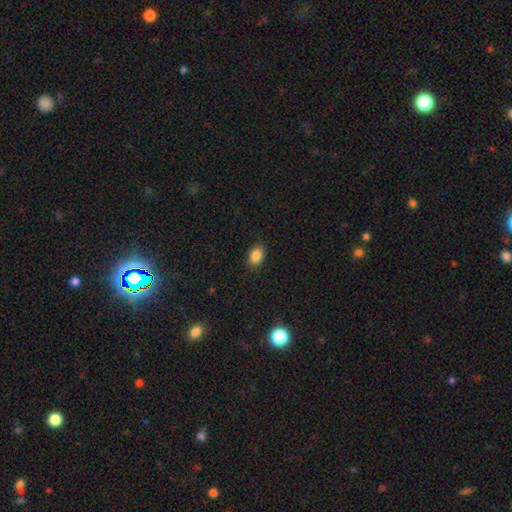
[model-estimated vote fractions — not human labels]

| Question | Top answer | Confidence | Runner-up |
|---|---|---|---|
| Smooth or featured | smooth | 86% | star or artifact (9%) |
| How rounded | in between | 83% | round (16%) |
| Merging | none | 88% | minor disturbance (9%) |